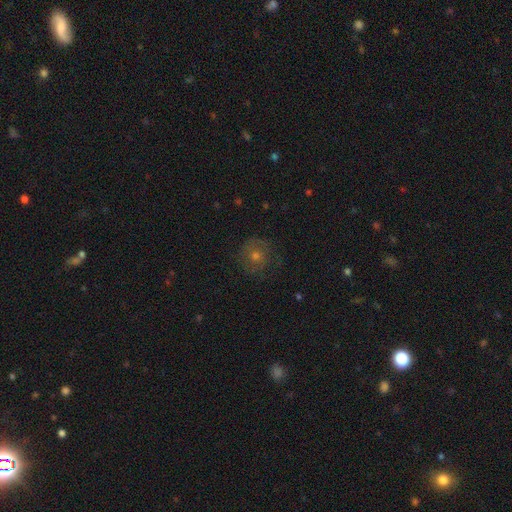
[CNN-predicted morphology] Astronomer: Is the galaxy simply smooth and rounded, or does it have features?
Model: featured or disk — 42% (runner-up: smooth, 37%).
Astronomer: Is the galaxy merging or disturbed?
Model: none — 79%.